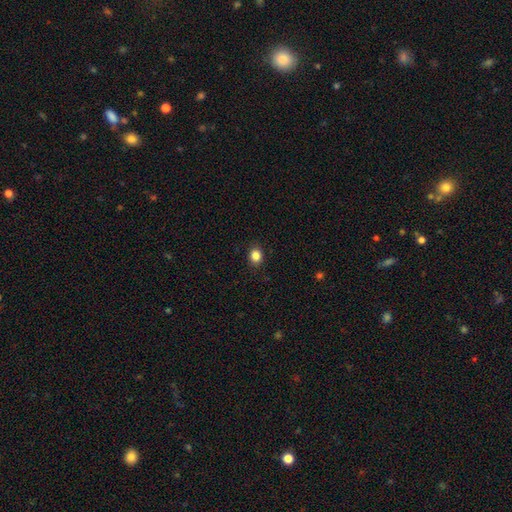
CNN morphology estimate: Smooth or featured? Predicted: smooth (p=0.85). How rounded? Predicted: round (p=0.67). Merging? Predicted: none (p=0.90).